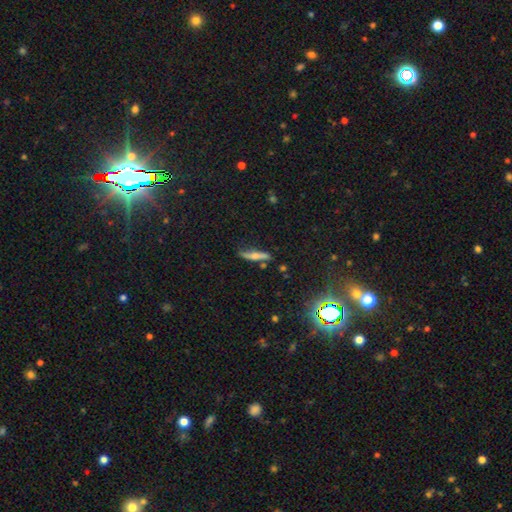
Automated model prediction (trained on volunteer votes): smooth_or_featured: smooth (p=0.50) [alt: featured or disk p=0.41]
merging: none (p=0.66) [alt: minor disturbance p=0.23]